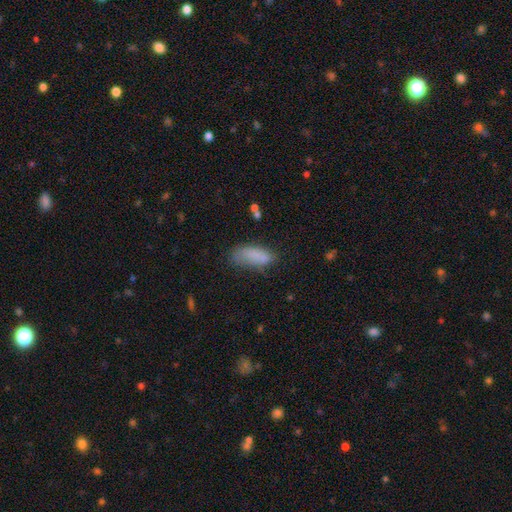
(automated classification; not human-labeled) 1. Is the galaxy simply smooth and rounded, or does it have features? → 80% smooth, 10% featured or disk, 9% star or artifact.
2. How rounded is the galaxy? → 76% in between, 21% cigar-shaped, 2% round.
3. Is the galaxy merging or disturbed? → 50% none, 31% minor disturbance, 15% major disturbance, 4% merger.